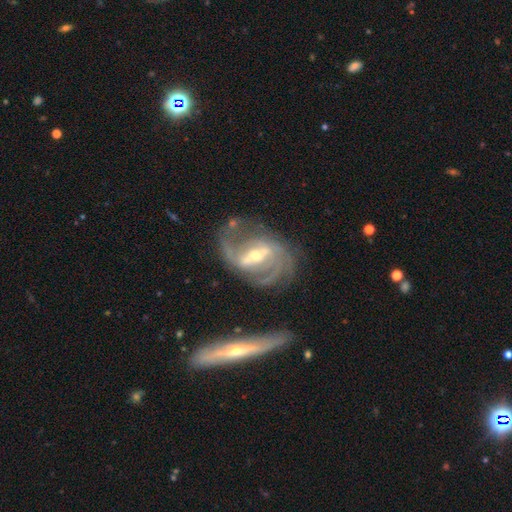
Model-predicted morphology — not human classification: A featured or disk galaxy (89%) with a strong bar (58%), 2 (52%) medium (49%) spiral arms (95%) and a small central bulge (48%). Merging: none (58%).